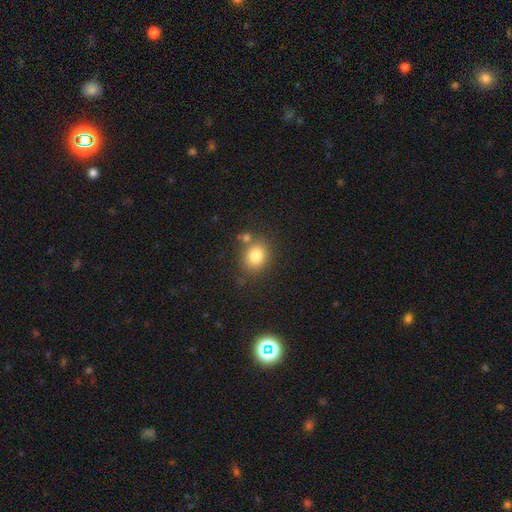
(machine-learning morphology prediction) Overall: smooth (81%). How rounded: round (64%; in between 35%). Merging: none (70%).